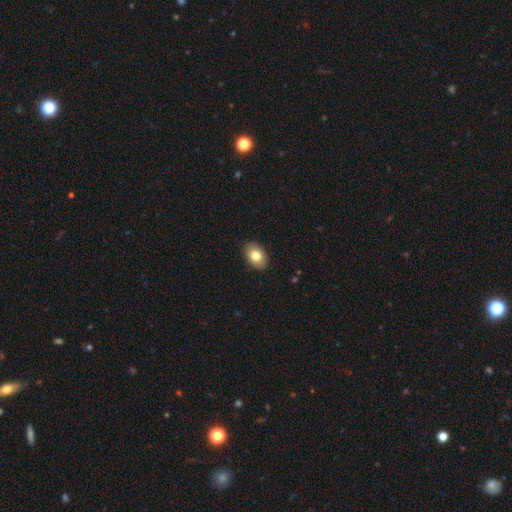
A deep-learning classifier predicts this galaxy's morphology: The model was most divided on "how rounded": in between: 81%, round: 18%, cigar-shaped: 1%. More confident: merging — none (89%); smooth or featured — smooth (80%).